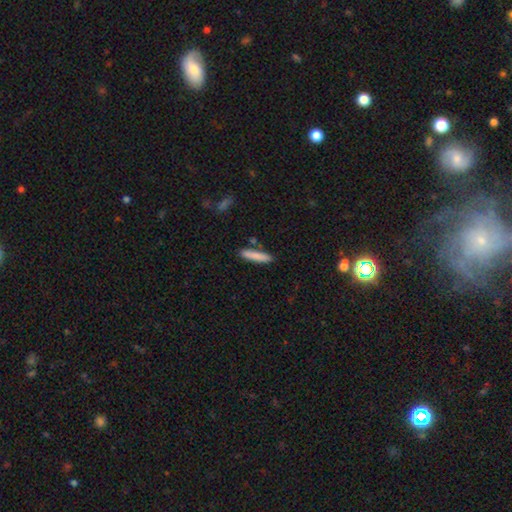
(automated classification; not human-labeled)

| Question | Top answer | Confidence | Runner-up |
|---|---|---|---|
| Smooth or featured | smooth | 84% | featured or disk (10%) |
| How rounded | cigar-shaped | 84% | in between (14%) |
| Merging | none | 83% | minor disturbance (10%) |